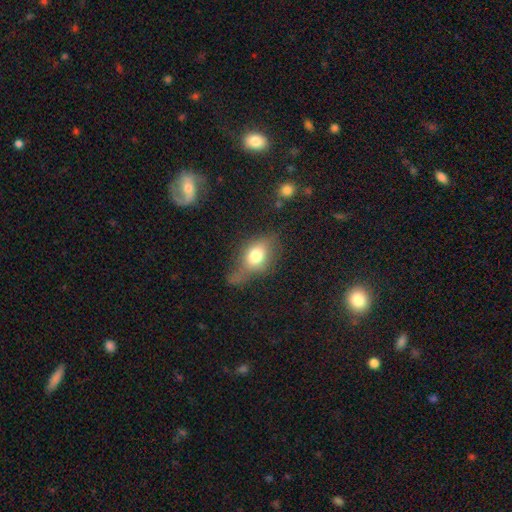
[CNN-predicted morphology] Smooth or featured: smooth — 72% (featured or disk — 19%)
How rounded: in between — 74% (round — 22%)
Merging: none — 38% (minor disturbance — 29%)